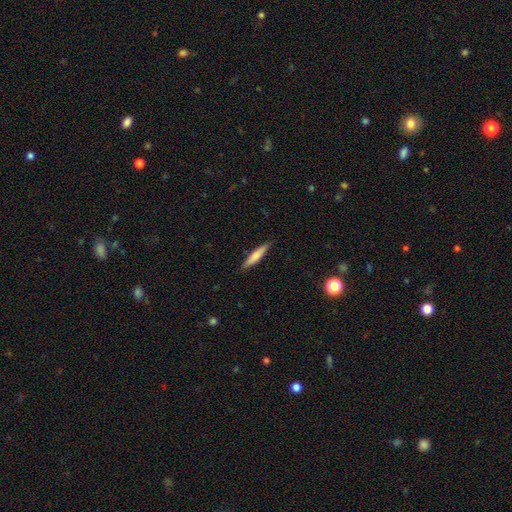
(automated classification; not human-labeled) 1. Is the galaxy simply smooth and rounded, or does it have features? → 67% smooth, 27% featured or disk, 6% star or artifact.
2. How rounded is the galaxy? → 88% cigar-shaped, 10% in between, 1% round.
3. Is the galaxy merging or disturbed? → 88% none, 9% minor disturbance, 2% major disturbance, 1% merger.